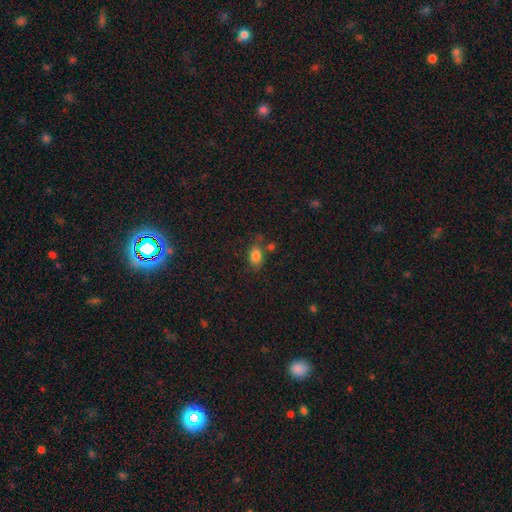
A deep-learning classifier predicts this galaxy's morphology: A smooth galaxy with no disk features (82%) that is in between round and cigar-shaped (82%). Merging: none (61%).